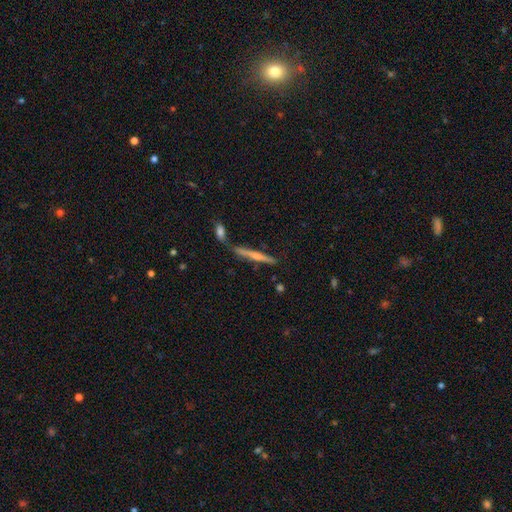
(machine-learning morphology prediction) Overall: featured or disk (52%; smooth 41%). Edge-on disk: yes (96%). Merging: none (67%).